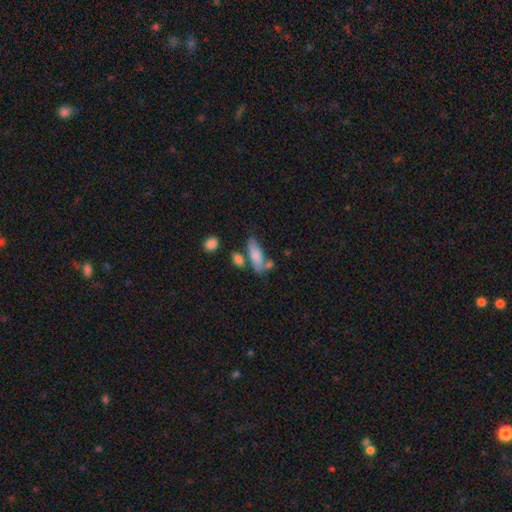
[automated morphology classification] Smooth or featured? smooth (78%)
How rounded? in between (66%)
Merging? none (53%)